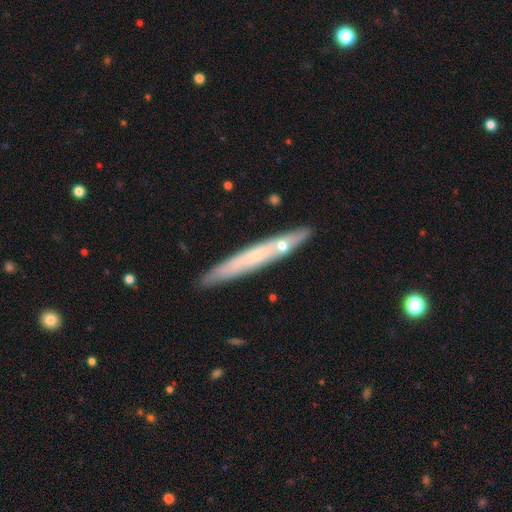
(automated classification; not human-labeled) This appears to be a featured or disk galaxy (48%). Merging: none (81%).